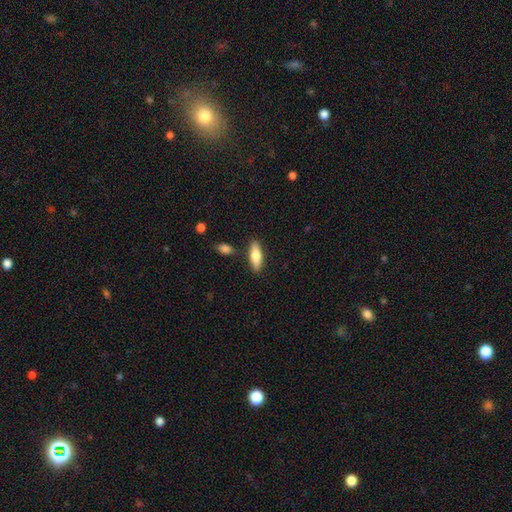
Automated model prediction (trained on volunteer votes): Smooth or featured? smooth (69%)
How rounded? in between (57%)
Merging? none (85%)